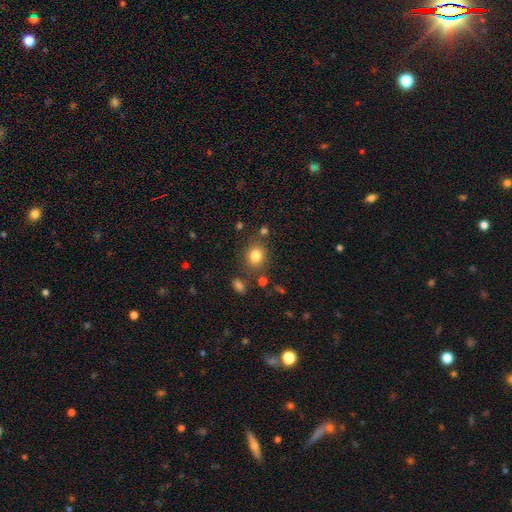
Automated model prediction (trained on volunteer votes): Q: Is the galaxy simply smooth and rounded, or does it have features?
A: smooth — 82%.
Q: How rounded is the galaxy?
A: round — 69%.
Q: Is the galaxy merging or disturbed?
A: none — 79%.